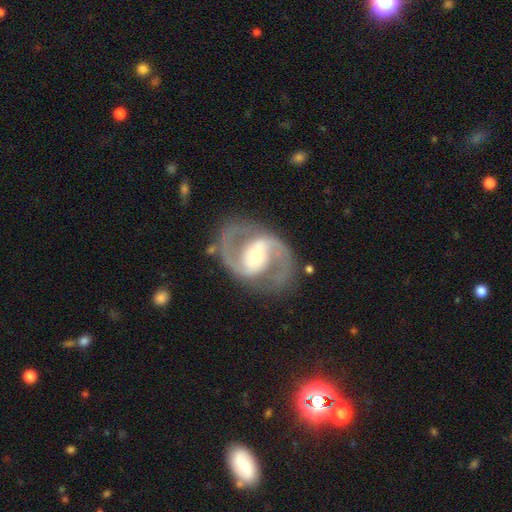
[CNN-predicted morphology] Q: Smooth or featured?
A: featured or disk (91%); runner-up: smooth (5%)
Q: Edge-on disk?
A: no (98%); runner-up: yes (2%)
Q: Bar?
A: strong (42%); runner-up: weak (37%)
Q: Spiral arms?
A: yes (97%); runner-up: no (3%)
Q: Spiral winding?
A: medium (64%); runner-up: loose (19%)
Q: Spiral arm count?
A: 2 (94%); runner-up: can't tell (2%)
Q: Bulge size?
A: moderate (50%); runner-up: small (39%)
Q: Merging?
A: none (80%); runner-up: minor disturbance (11%)